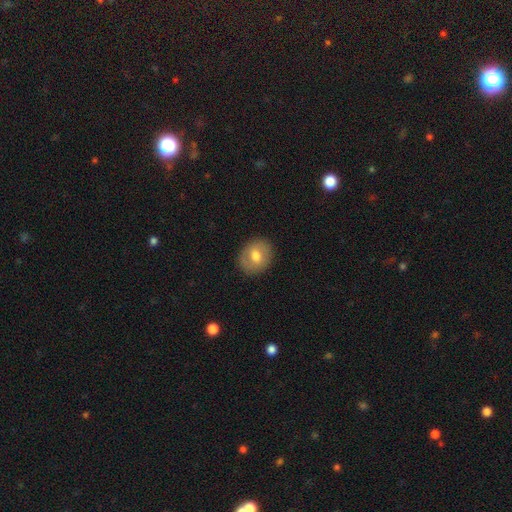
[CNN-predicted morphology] Smooth or featured? Predicted: smooth (p=0.63). How rounded? Predicted: round (p=0.61). Merging? Predicted: none (p=0.86).